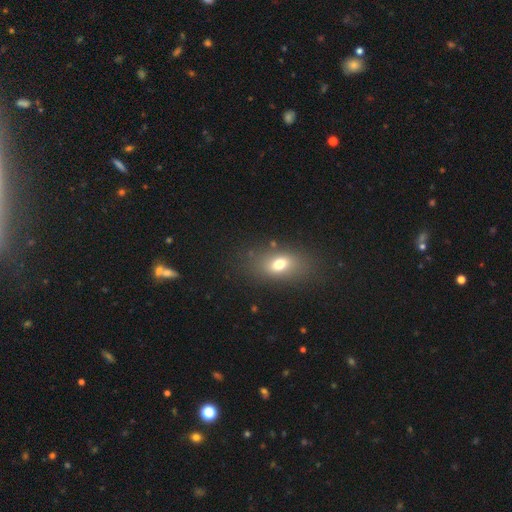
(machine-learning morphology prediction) Smooth or featured? smooth (59%)
How rounded? in between (79%)
Merging? none (87%)